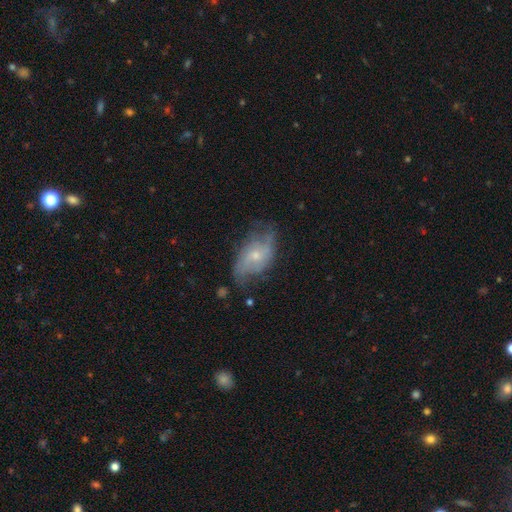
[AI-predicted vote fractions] A featured or disk galaxy (64%) with no bar (69%), spiral arms (77%) and a small central bulge (56%).

Vote fractions:
- Smooth or featured? featured or disk: 64% / smooth: 28% / star or artifact: 7%
- Edge-on disk? no: 93% / yes: 7%
- Bar? no: 69% / weak: 26% / strong: 5%
- Spiral arms? yes: 77% / no: 23%
- Bulge size? small: 56% / moderate: 38% / none: 2% / large: 2% / dominant: 1%
- Merging? none: 54% / minor disturbance: 30% / major disturbance: 15% / merger: 2%